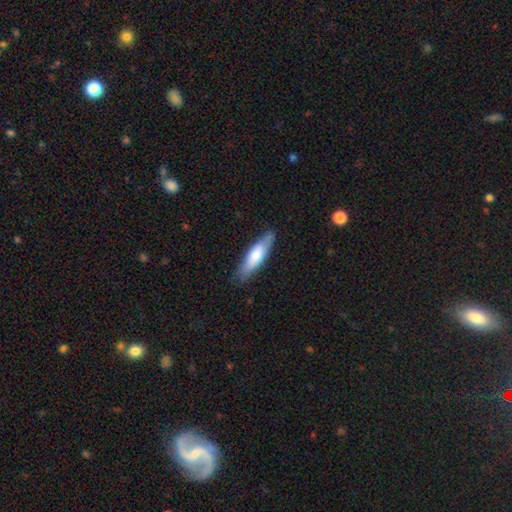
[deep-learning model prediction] The model was most divided on "how rounded": cigar-shaped: 64%, in between: 34%, round: 1%. More confident: merging — none (83%); smooth or featured — smooth (67%).